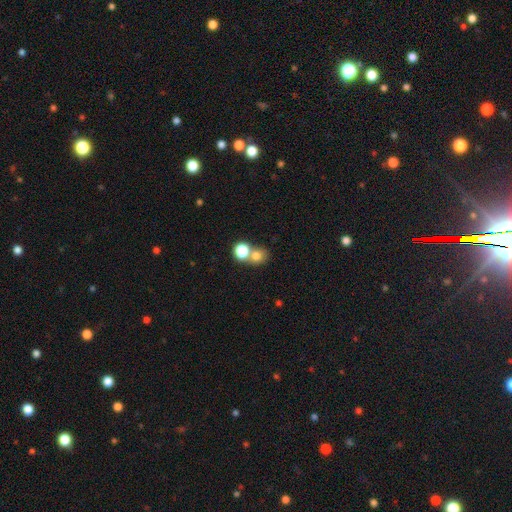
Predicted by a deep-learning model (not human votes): Overall: smooth (74%). How rounded: round (76%). Merging: none (46%; merger 44%).